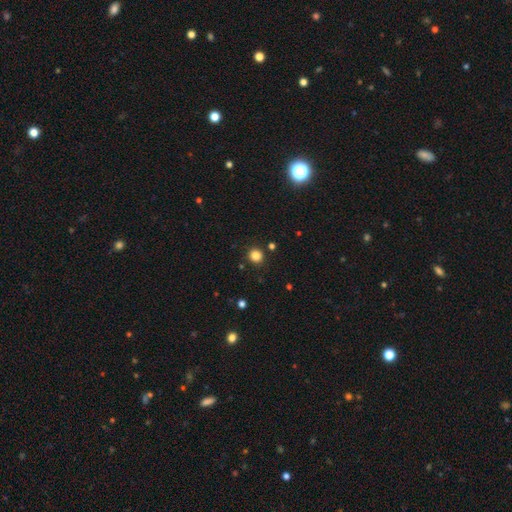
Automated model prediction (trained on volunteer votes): A smooth galaxy with no disk features (83%) that is round (90%).

Vote fractions:
- Smooth or featured? smooth: 83% / star or artifact: 13% / featured or disk: 4%
- How rounded? round: 90% / in between: 9% / cigar-shaped: 1%
- Merging? none: 90% / minor disturbance: 6% / merger: 2% / major disturbance: 2%